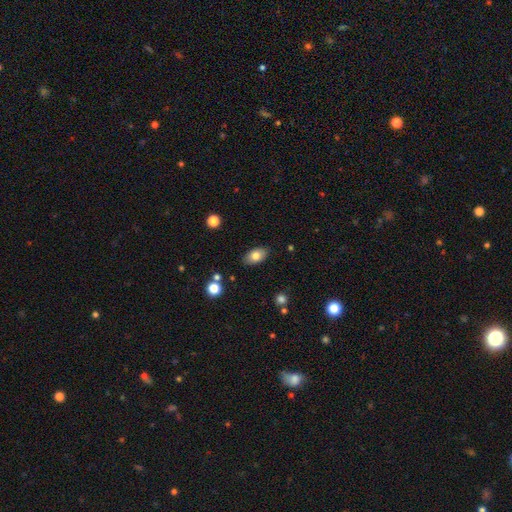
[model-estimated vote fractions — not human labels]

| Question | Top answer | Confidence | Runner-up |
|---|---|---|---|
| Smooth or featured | smooth | 78% | featured or disk (14%) |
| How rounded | in between | 91% | round (7%) |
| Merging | none | 86% | minor disturbance (10%) |